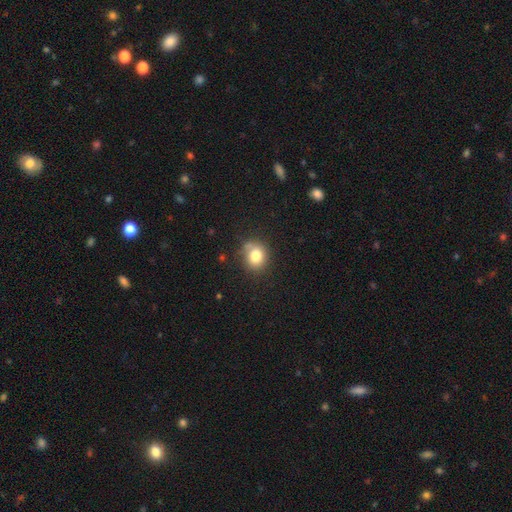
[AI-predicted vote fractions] Morphology: type=smooth (80%); roundness=round (70%); merging=none (69%).